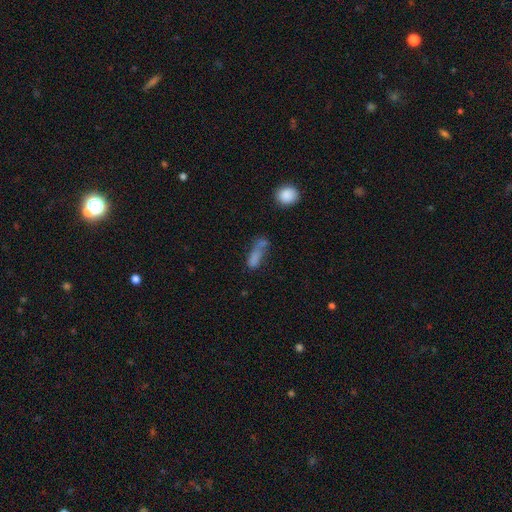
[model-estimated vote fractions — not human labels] Smooth or featured? smooth (65%)
How rounded? in between (55%)
Merging? merger (32%)